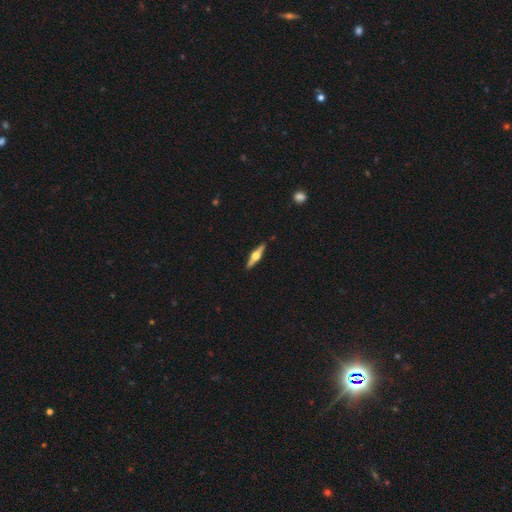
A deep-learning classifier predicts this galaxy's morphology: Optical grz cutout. It shows a featured or disk galaxy (75%) viewed edge-on (98%) with a rounded central bulge (95%). Merging: none (91%).